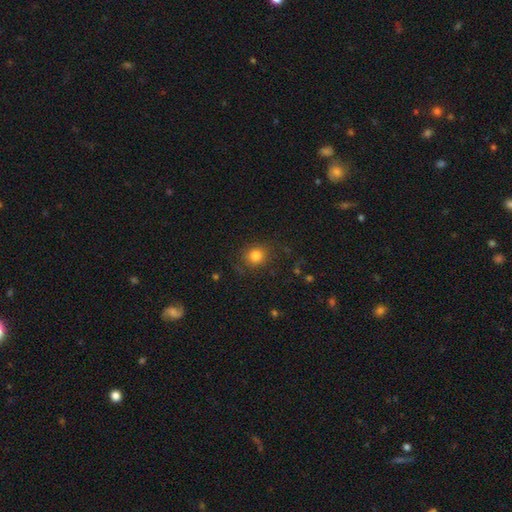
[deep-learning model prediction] Smooth or featured? Predicted: smooth (p=0.82). How rounded? Predicted: round (p=0.81). Merging? Predicted: none (p=0.79).